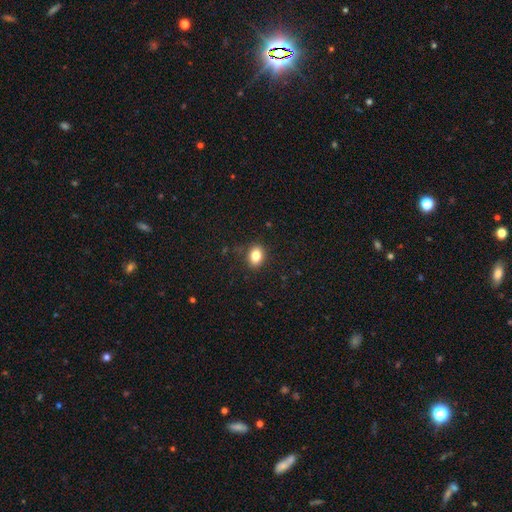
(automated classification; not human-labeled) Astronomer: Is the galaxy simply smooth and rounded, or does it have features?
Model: smooth — 84%.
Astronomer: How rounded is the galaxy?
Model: in between — 65%.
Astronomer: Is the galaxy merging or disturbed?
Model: none — 87%.